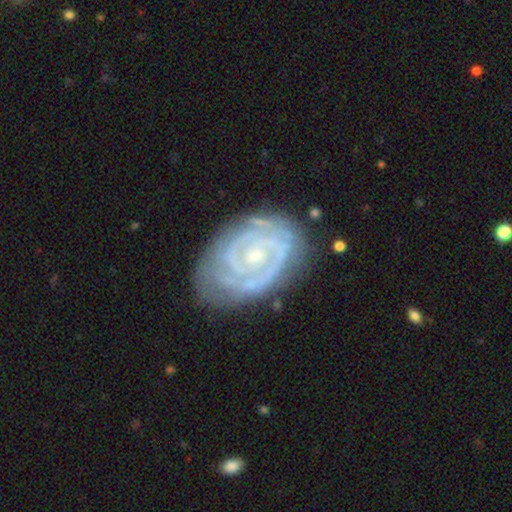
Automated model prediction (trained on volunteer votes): A featured or disk galaxy (88%) with no bar (65%), 2 (49%) tight (77%) spiral arms (96%) and a small central bulge (72%).

Vote fractions:
- Smooth or featured? featured or disk: 88% / smooth: 7% / star or artifact: 5%
- Edge-on disk? no: 97% / yes: 3%
- Bar? no: 65% / weak: 27% / strong: 8%
- Spiral arms? yes: 96% / no: 4%
- Spiral winding? tight: 77% / medium: 19% / loose: 3%
- Spiral arm count? 2: 49% / can't tell: 20% / 3: 17% / 4: 6% / 1: 5% / more than 4: 4%
- Bulge size? small: 72% / moderate: 23% / none: 2% / large: 1% / dominant: 1%
- Merging? none: 72% / minor disturbance: 20% / major disturbance: 7% / merger: 2%